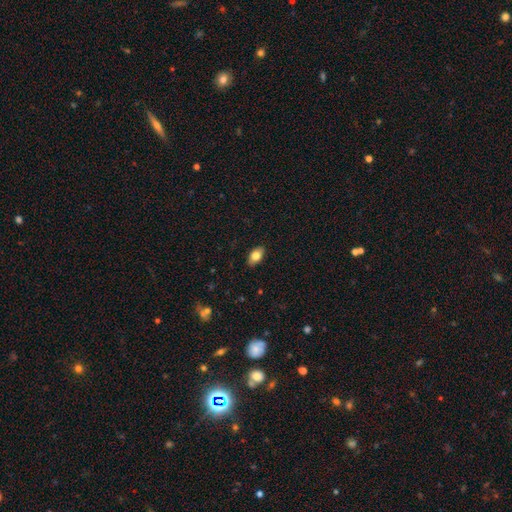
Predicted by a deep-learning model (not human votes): This appears to be a smooth galaxy with no disk features (78%) that is in between round and cigar-shaped (91%). Merging: none (87%).